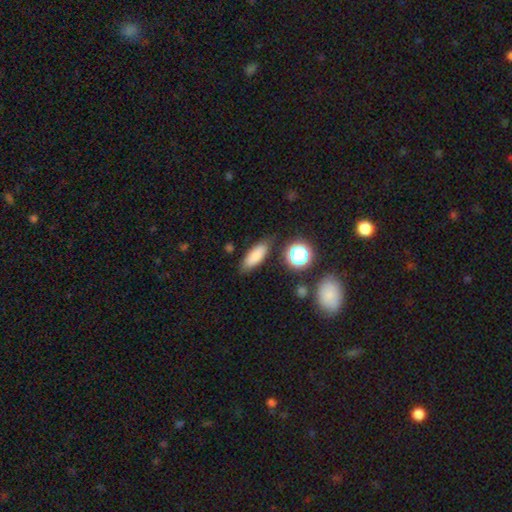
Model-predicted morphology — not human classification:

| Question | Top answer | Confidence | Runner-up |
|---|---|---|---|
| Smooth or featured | smooth | 80% | star or artifact (11%) |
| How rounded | in between | 68% | cigar-shaped (26%) |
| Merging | none | 81% | minor disturbance (12%) |